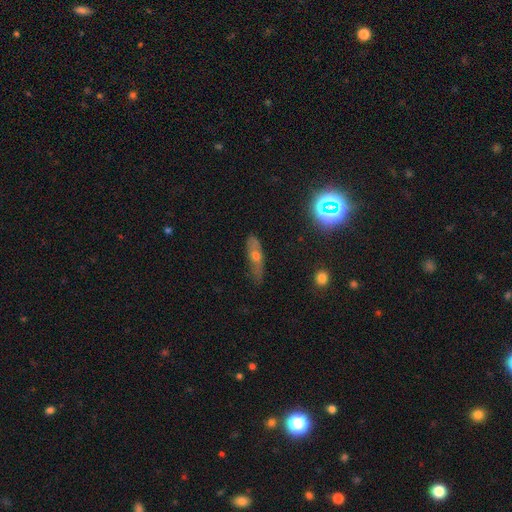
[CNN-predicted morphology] This appears to be a smooth galaxy with no disk features (42%, tied with featured or disk). Merging: none (64%).